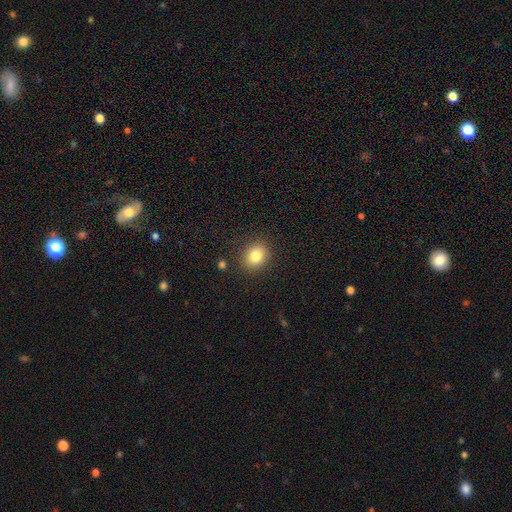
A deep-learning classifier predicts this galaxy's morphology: smooth_or_featured: smooth (p=0.83) [alt: star or artifact p=0.10]
how_rounded: round (p=0.61) [alt: in between p=0.38]
merging: none (p=0.86) [alt: minor disturbance p=0.09]